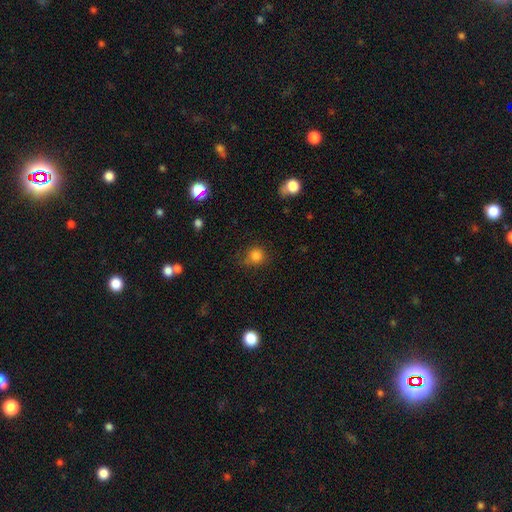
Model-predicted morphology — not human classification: Smooth or featured? smooth (82%)
How rounded? round (89%)
Merging? none (74%)